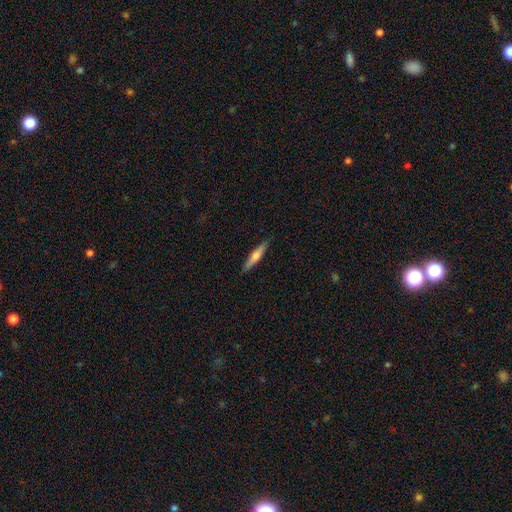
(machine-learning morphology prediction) Q: Smooth or featured?
A: smooth (54%); runner-up: featured or disk (40%)
Q: How rounded?
A: cigar-shaped (88%); runner-up: in between (11%)
Q: Merging?
A: none (89%); runner-up: minor disturbance (8%)